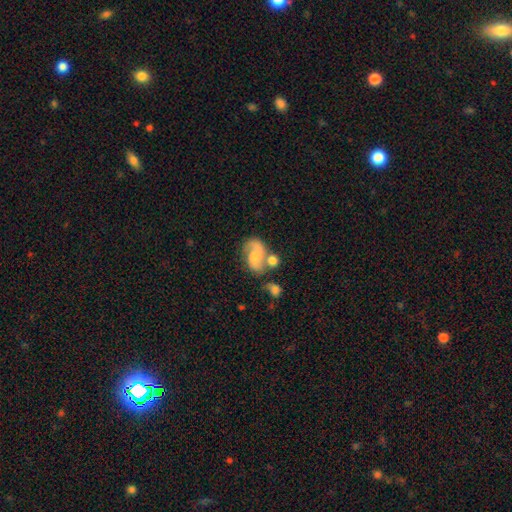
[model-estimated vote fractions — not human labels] smooth_or_featured: featured or disk (p=0.63) [alt: smooth p=0.29]
disk_edge_on: no (p=0.97) [alt: yes p=0.03]
bar: no (p=0.61) [alt: weak p=0.33]
has_spiral_arms: yes (p=0.87) [alt: no p=0.13]
spiral_winding: medium (p=0.46) [alt: loose p=0.38]
spiral_arm_count: 2 (p=0.82) [alt: 1 p=0.08]
bulge_size: moderate (p=0.48) [alt: small p=0.32]
merging: none (p=0.42) [alt: merger p=0.29]